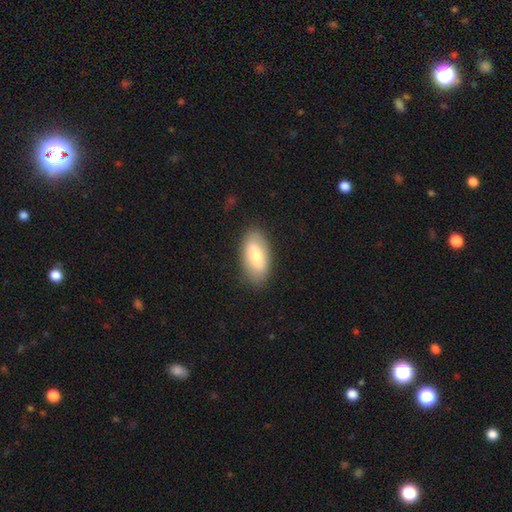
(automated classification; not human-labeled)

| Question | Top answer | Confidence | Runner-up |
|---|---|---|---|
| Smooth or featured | smooth | 71% | featured or disk (22%) |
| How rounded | in between | 89% | cigar-shaped (8%) |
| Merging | none | 84% | minor disturbance (12%) |